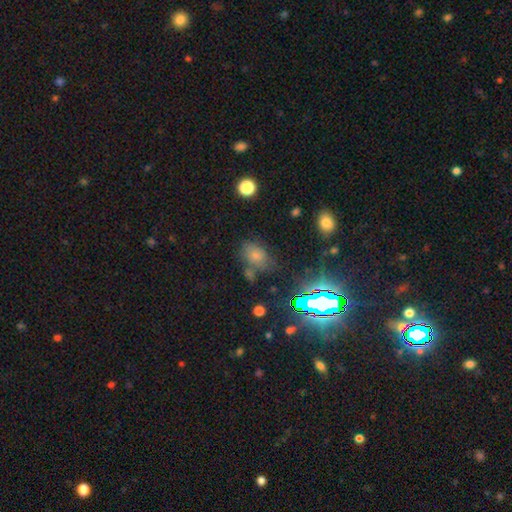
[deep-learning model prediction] Smooth or featured? Predicted: smooth (p=0.63). How rounded? Predicted: in between (p=0.78). Merging? Predicted: none (p=0.59).